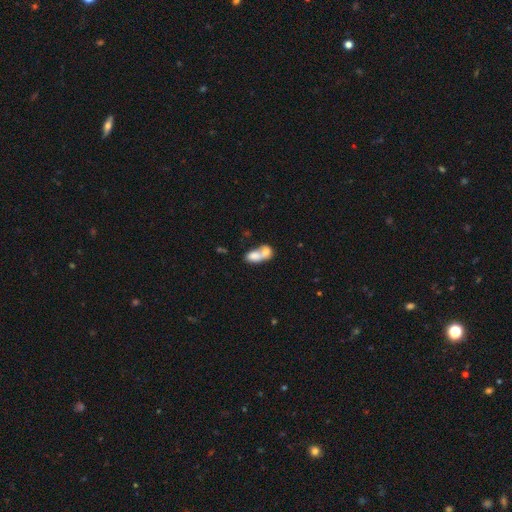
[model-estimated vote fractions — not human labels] A smooth galaxy with no disk features (71%) that is in between round and cigar-shaped (78%). Merging: merger (76%).